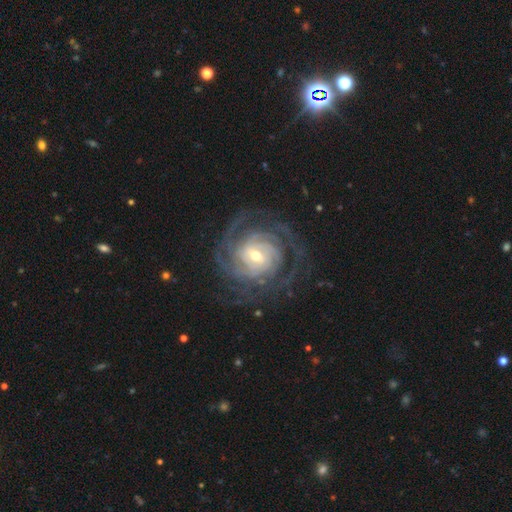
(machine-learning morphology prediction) Q: Smooth or featured?
A: featured or disk (91%); runner-up: star or artifact (5%)
Q: Edge-on disk?
A: no (97%); runner-up: yes (3%)
Q: Bar?
A: weak (41%); tied with: no (41%)
Q: Spiral arms?
A: yes (98%); runner-up: no (2%)
Q: Spiral winding?
A: tight (74%); runner-up: medium (22%)
Q: Spiral arm count?
A: 4 (23%); runner-up: can't tell (22%)
Q: Bulge size?
A: moderate (49%); runner-up: small (45%)
Q: Merging?
A: none (76%); runner-up: minor disturbance (13%)